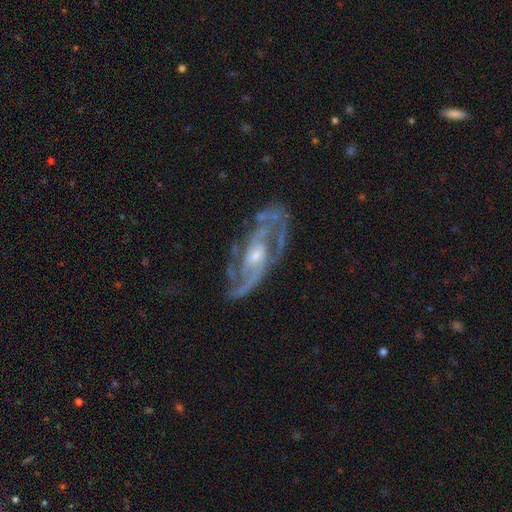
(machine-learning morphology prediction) Smooth or featured?
  - featured or disk: 89% *
  - star or artifact: 6%
  - smooth: 5%
Edge-on disk?
  - no: 93% *
  - yes: 7%
Bar?
  - no: 47% *
  - weak: 38%
  - strong: 14%
Spiral arms?
  - yes: 96% *
  - no: 4%
Spiral winding?
  - medium: 50% *
  - tight: 35%
  - loose: 15%
Spiral arm count?
  - 2: 66% *
  - can't tell: 12%
  - 3: 11%
  - 1: 4%
  - 4: 4%
  - more than 4: 3%
Bulge size?
  - moderate: 51% *
  - small: 42%
  - large: 3%
  - none: 2%
  - dominant: 1%
Merging?
  - none: 72% *
  - minor disturbance: 17%
  - major disturbance: 9%
  - merger: 2%